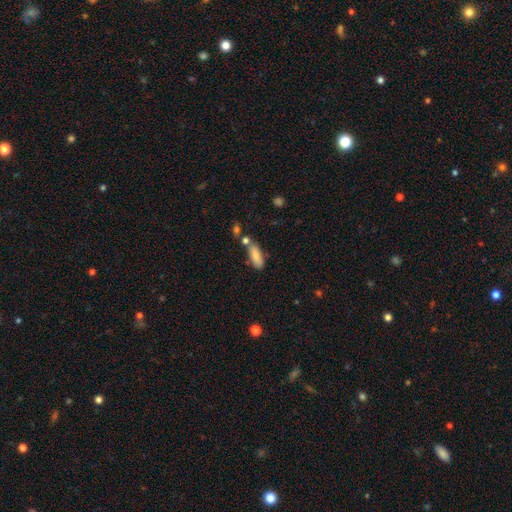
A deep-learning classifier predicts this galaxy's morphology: This appears to be a smooth galaxy with no disk features (83%) that is in between round and cigar-shaped (63%). Merging: none (61%).